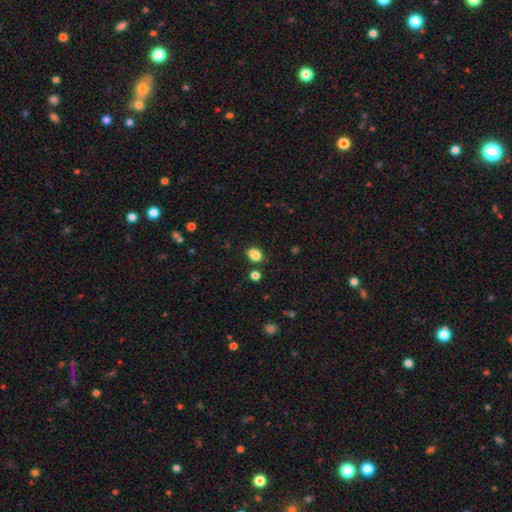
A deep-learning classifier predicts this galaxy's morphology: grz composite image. It shows a smooth galaxy with no disk features (83%) that is in between round and cigar-shaped (59%). Merging: none (69%).